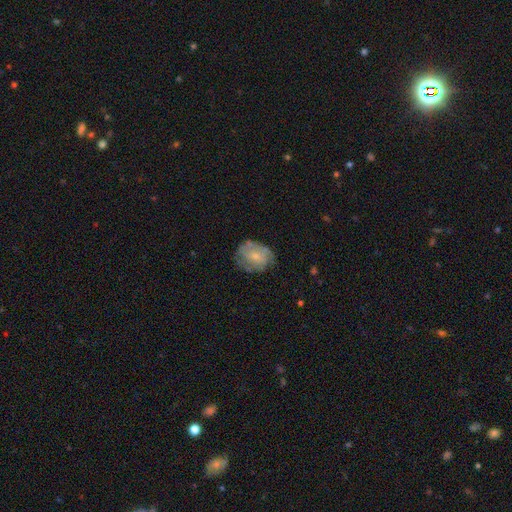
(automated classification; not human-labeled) Overall: featured or disk (53%; smooth 40%). Edge-on disk: no (97%). Bar: no (72%). Spiral arms: yes (72%). Bulge size: small (64%; moderate 28%). Merging: none (62%; minor disturbance 26%).